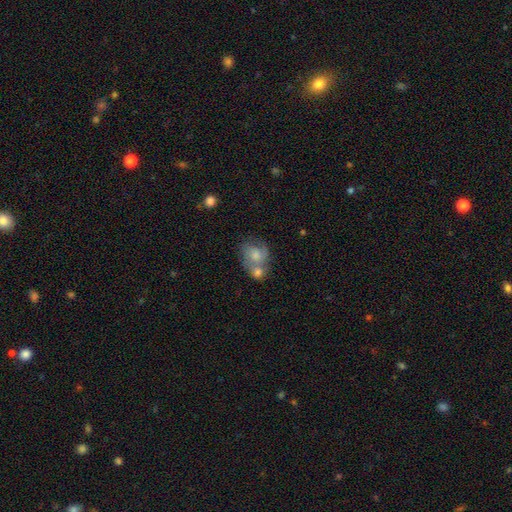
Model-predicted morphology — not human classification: Smooth or featured: smooth — 47% (featured or disk — 45%)
Merging: merger — 52% (none — 27%)